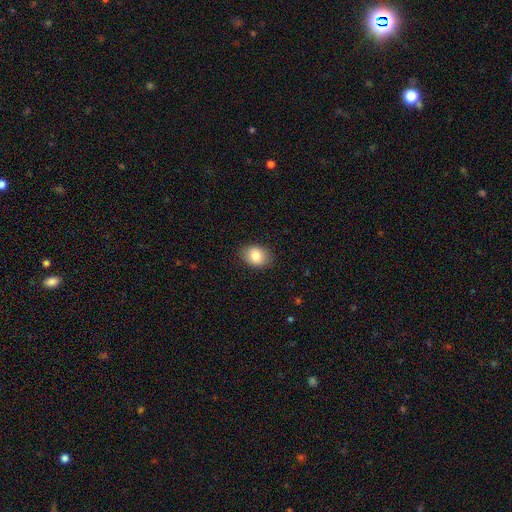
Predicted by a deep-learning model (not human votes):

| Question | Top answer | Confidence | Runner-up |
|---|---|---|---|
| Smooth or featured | smooth | 84% | featured or disk (8%) |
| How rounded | in between | 66% | round (33%) |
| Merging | none | 86% | minor disturbance (10%) |